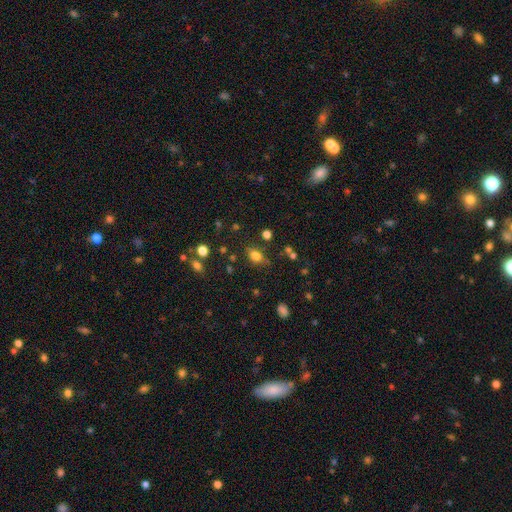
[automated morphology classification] Smooth or featured?
  - smooth: 79% *
  - star or artifact: 14%
  - featured or disk: 7%
How rounded?
  - in between: 73% *
  - round: 25%
  - cigar-shaped: 3%
Merging?
  - none: 70% *
  - minor disturbance: 19%
  - major disturbance: 6%
  - merger: 5%